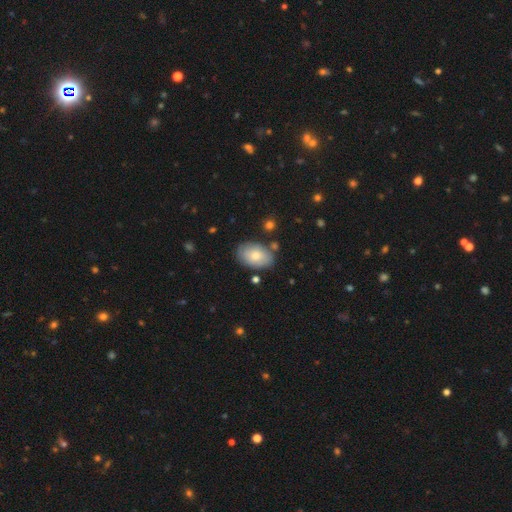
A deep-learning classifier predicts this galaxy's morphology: A smooth galaxy with no disk features (71%) that is in between round and cigar-shaped (89%). Merging: none (76%).